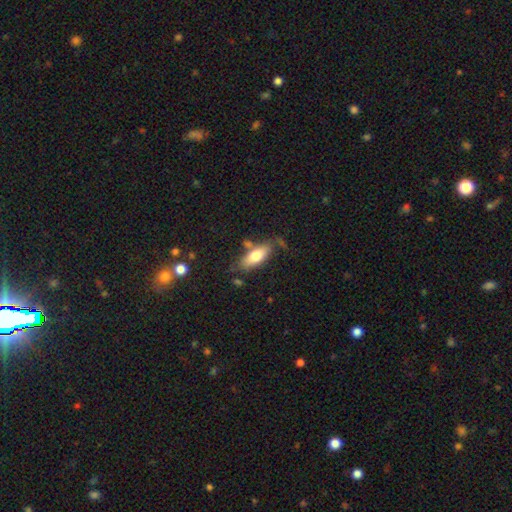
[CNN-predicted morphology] Smooth or featured? smooth (70%)
How rounded? in between (74%)
Merging? none (66%)